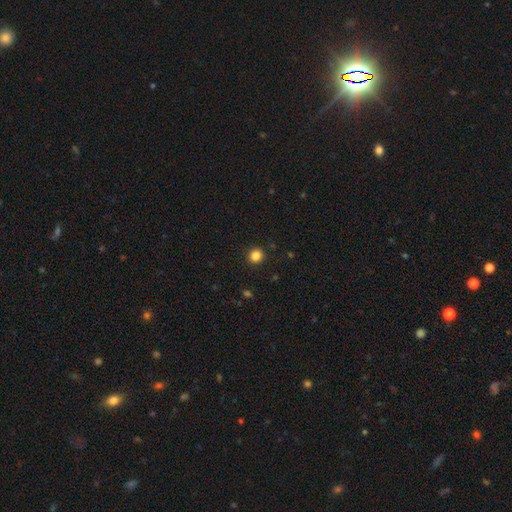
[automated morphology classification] The model was most divided on "smooth or featured": smooth: 85%, star or artifact: 12%, featured or disk: 3%. More confident: merging — none (92%); how rounded — round (91%).